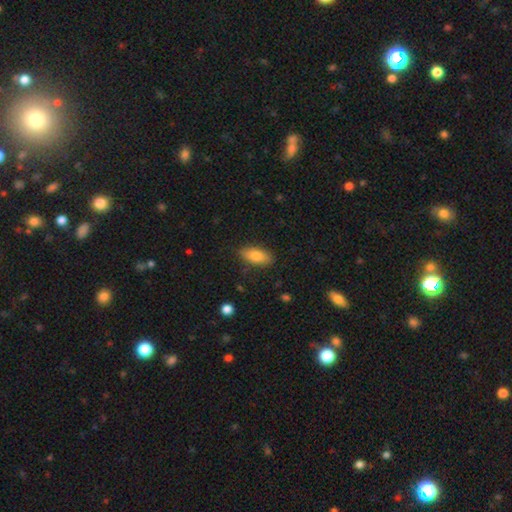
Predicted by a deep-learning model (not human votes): A smooth galaxy with no disk features (81%) that is in between round and cigar-shaped (85%).

Vote fractions:
- Smooth or featured? smooth: 81% / featured or disk: 12% / star or artifact: 7%
- How rounded? in between: 85% / cigar-shaped: 12% / round: 3%
- Merging? none: 83% / minor disturbance: 13% / major disturbance: 3% / merger: 1%